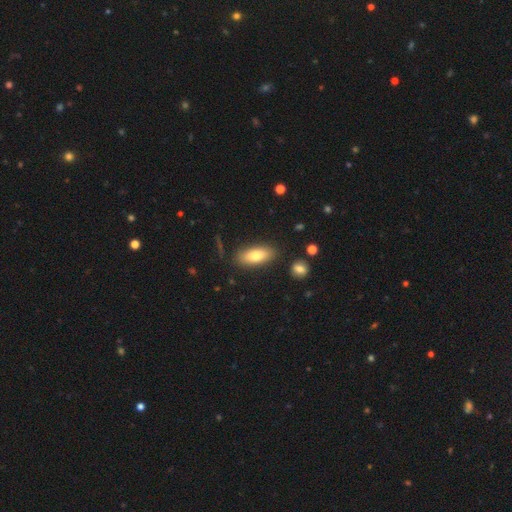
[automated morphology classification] This is likely a smooth galaxy (76%). How rounded: likely in between (79%). Merging: clearly none (84%).